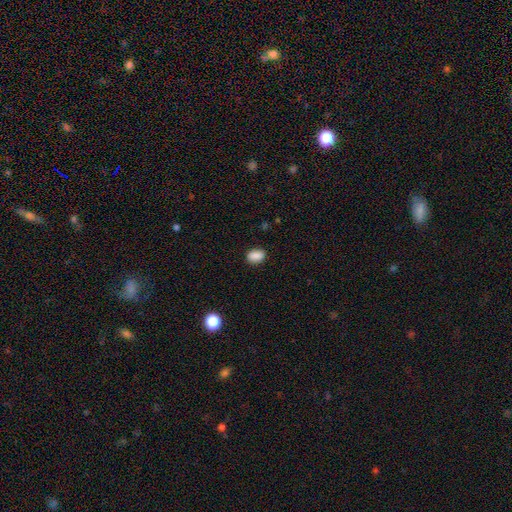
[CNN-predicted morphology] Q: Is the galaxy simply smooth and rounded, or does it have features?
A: smooth — 88%.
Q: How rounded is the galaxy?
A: in between — 78%.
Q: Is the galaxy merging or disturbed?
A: none — 86%.